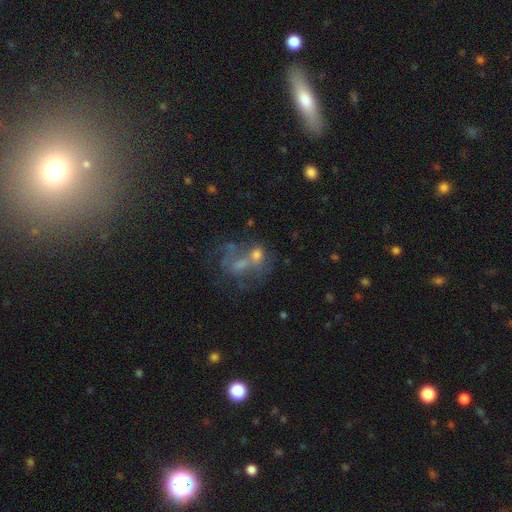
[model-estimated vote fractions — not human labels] smooth-or-featured: featured or disk: 50% | smooth: 32% | star or artifact: 18%
  disk-edge-on: no: 97% | yes: 3%
  merging: merger: 44% | none: 25% | major disturbance: 19% | minor disturbance: 12%